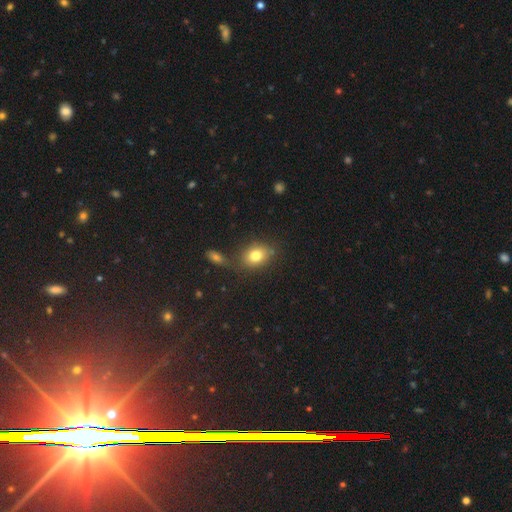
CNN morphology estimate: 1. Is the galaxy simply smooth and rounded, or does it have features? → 79% smooth, 11% star or artifact, 10% featured or disk.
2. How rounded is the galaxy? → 59% in between, 39% round, 1% cigar-shaped.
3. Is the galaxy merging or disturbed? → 70% none, 14% minor disturbance, 12% merger, 5% major disturbance.